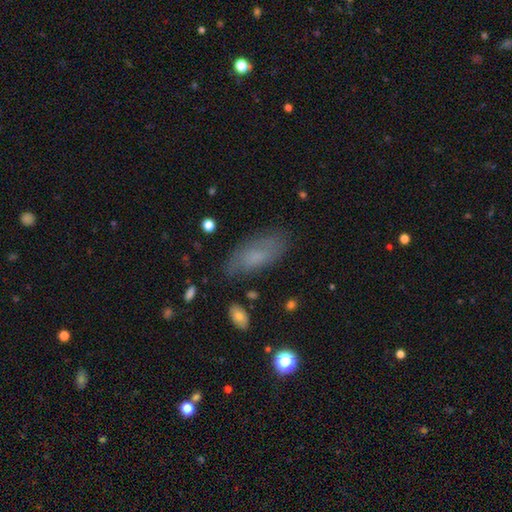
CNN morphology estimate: The model was most divided on "smooth or featured": smooth: 65%, featured or disk: 25%, star or artifact: 11%. More confident: how rounded — in between (82%); merging — none (73%).